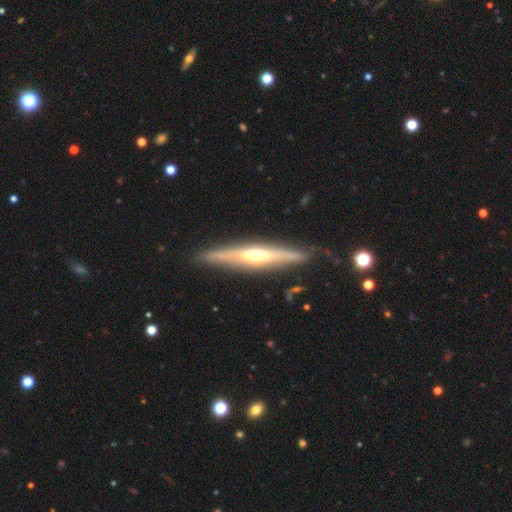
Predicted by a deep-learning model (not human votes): The model was most divided on "smooth or featured": featured or disk: 75%, smooth: 20%, star or artifact: 5%. More confident: edge-on disk — yes (90%); merging — none (81%); edge-on bulge — rounded (78%).